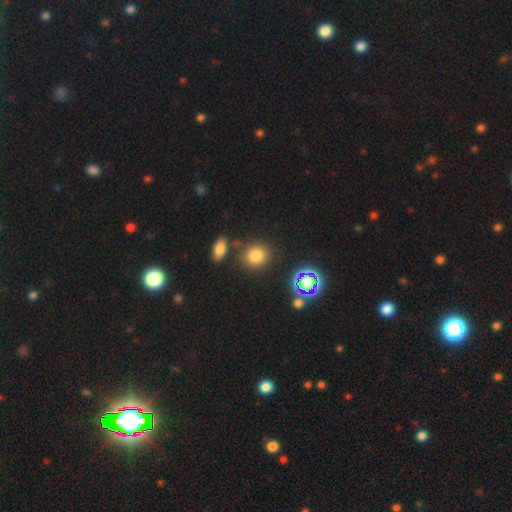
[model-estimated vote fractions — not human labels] smooth-or-featured: smooth: 75% | star or artifact: 17% | featured or disk: 8%
  how-rounded: round: 84% | in between: 15% | cigar-shaped: 1%
  merging: none: 80% | minor disturbance: 9% | merger: 7% | major disturbance: 3%